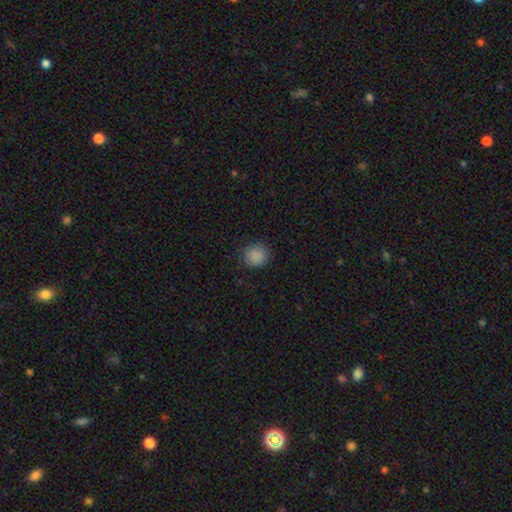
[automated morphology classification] type=smooth (88%); roundness=round (85%); merging=none (87%).